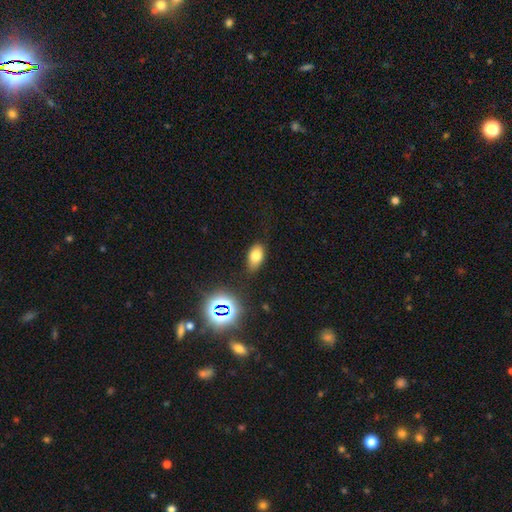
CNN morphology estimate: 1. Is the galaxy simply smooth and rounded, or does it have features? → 76% smooth, 14% star or artifact, 10% featured or disk.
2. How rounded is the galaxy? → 89% in between, 9% round, 3% cigar-shaped.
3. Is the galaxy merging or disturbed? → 78% none, 16% minor disturbance, 4% major disturbance, 2% merger.